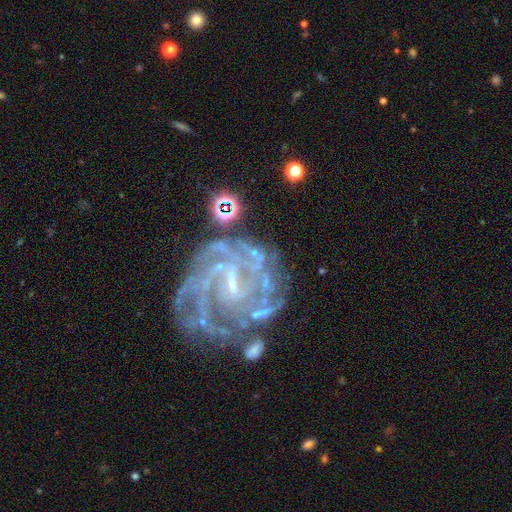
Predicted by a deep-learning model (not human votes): This is likely a featured or disk galaxy (74%). It is clearly not viewed edge-on (97%). Bar: marginally strong (41%). Spiral arm pattern: clearly yes (80%). Spiral arm count: marginally can't tell (38%). Spiral winding: possibly tight (48%). Central bulge: marginally none (41%). Merging: possibly none (45%).